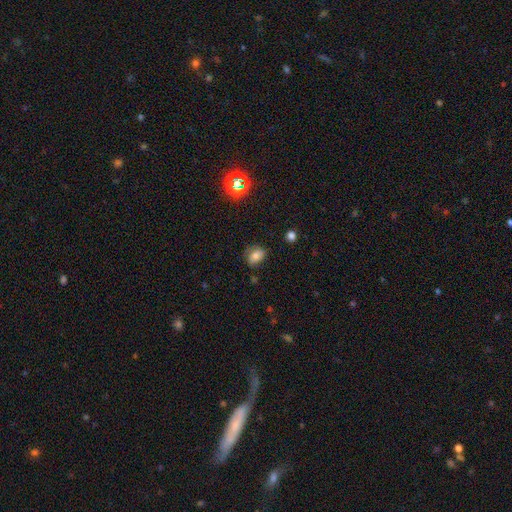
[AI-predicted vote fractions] smooth 75%, star or artifact 13%, featured or disk 11%. Down the decision tree: how rounded — in between (67%); merging — none (72%).